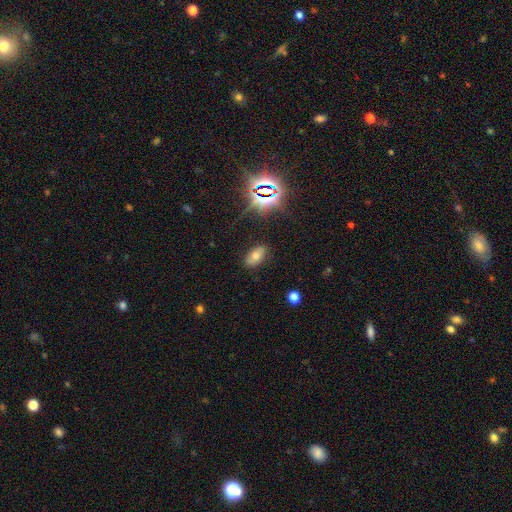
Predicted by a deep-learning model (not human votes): Q: Smooth or featured?
A: smooth (51%); runner-up: star or artifact (32%)
Q: How rounded?
A: in between (90%); runner-up: round (7%)
Q: Merging?
A: none (85%); runner-up: minor disturbance (11%)